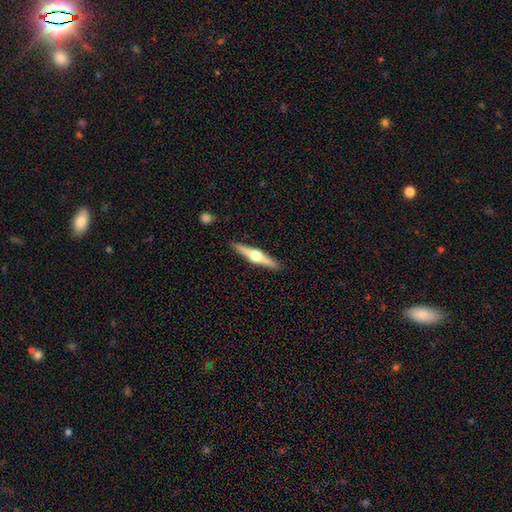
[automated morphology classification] This is likely a featured or disk galaxy (73%). It is clearly viewed edge-on (98%). Edge-on bulge: clearly rounded (95%). Merging: clearly none (90%).